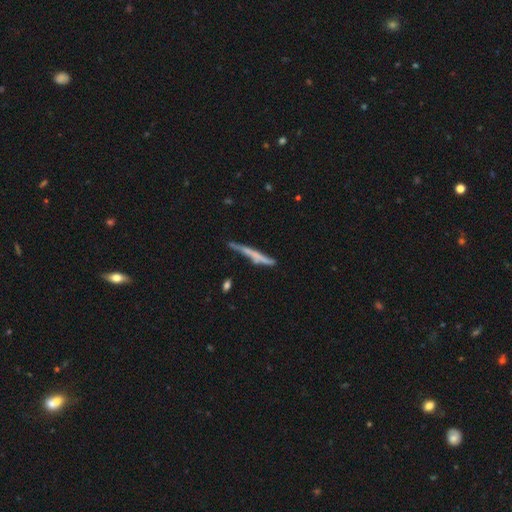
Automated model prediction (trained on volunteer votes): smooth_or_featured: featured or disk (p=0.50) [alt: smooth p=0.42]
disk_edge_on: yes (p=0.91) [alt: no p=0.09]
merging: none (p=0.59) [alt: minor disturbance p=0.25]